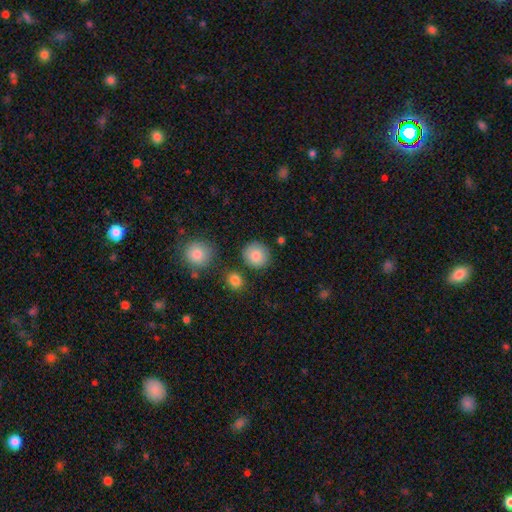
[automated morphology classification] Overall: smooth (86%). How rounded: round (87%). Merging: none (83%).